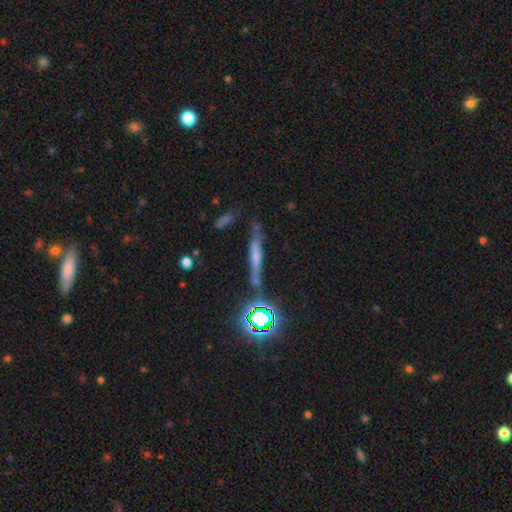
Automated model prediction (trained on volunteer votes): A smooth galaxy with no disk features (45%).

Vote fractions:
- Smooth or featured? smooth: 45% / featured or disk: 36% / star or artifact: 19%
- Merging? none: 64% / minor disturbance: 19% / merger: 11% / major disturbance: 7%